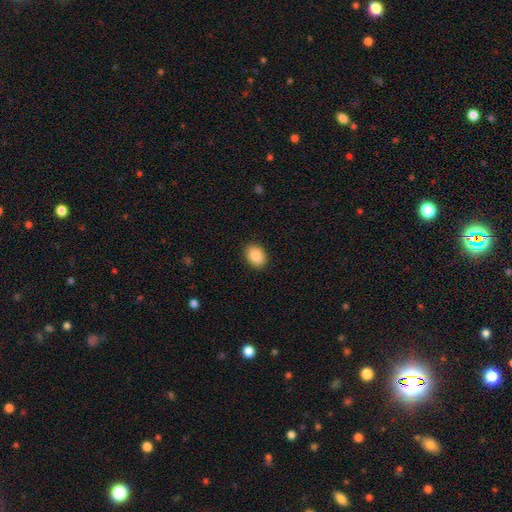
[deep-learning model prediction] smooth-or-featured: smooth: 89% | star or artifact: 7% | featured or disk: 4%
  how-rounded: in between: 73% | round: 26% | cigar-shaped: 1%
  merging: none: 90% | minor disturbance: 7% | major disturbance: 2% | merger: 1%